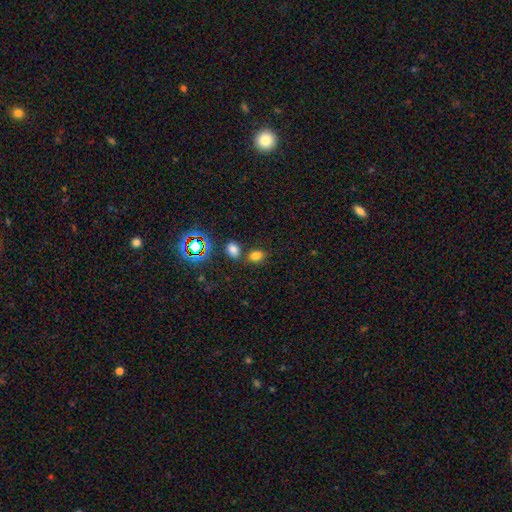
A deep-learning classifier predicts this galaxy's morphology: Smooth or featured? smooth (75%)
How rounded? in between (75%)
Merging? none (63%)